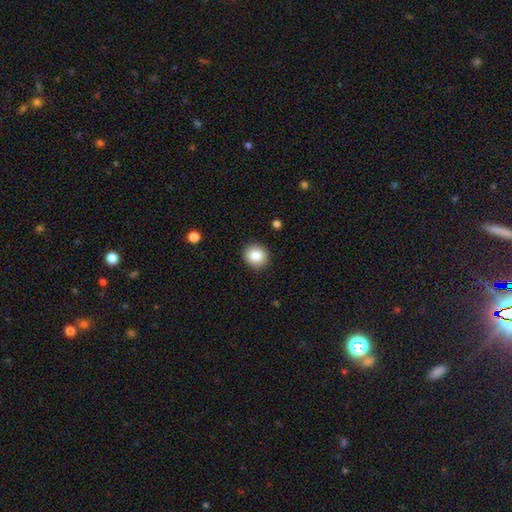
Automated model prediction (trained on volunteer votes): Smooth or featured?
  - smooth: 86% *
  - star or artifact: 9%
  - featured or disk: 5%
How rounded?
  - round: 84% *
  - in between: 15%
  - cigar-shaped: 1%
Merging?
  - none: 90% *
  - minor disturbance: 7%
  - major disturbance: 2%
  - merger: 1%